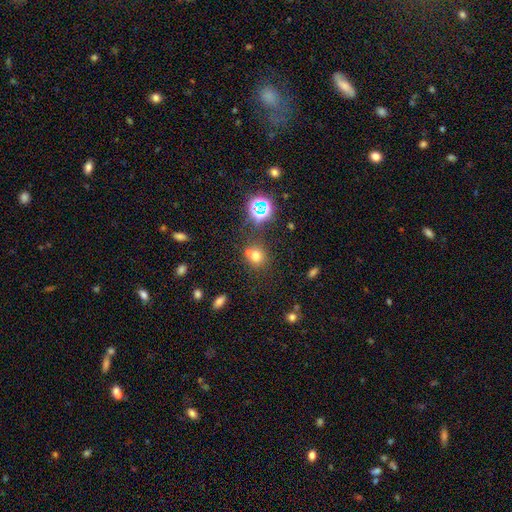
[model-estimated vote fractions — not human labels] Smooth or featured?
  - smooth: 65% *
  - star or artifact: 24%
  - featured or disk: 11%
How rounded?
  - round: 78% *
  - in between: 21%
  - cigar-shaped: 1%
Merging?
  - none: 55% *
  - merger: 30%
  - minor disturbance: 10%
  - major disturbance: 4%